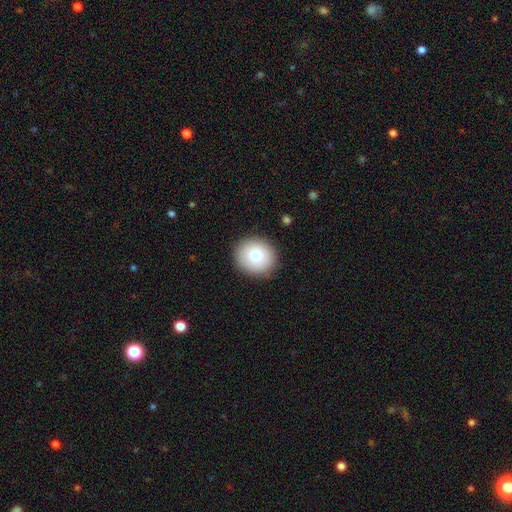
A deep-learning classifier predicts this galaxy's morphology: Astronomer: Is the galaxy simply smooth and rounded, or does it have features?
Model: smooth — 78%.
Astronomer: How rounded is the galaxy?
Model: round — 83%.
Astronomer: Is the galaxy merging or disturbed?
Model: none — 89%.